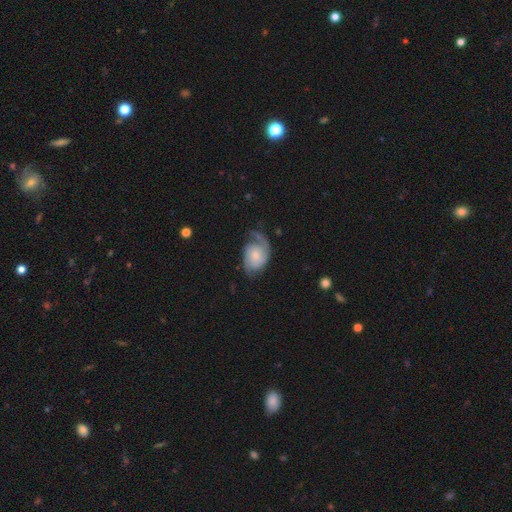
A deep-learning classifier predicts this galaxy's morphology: Smooth or featured? Predicted: featured or disk (p=0.74). Edge-on disk? Predicted: no (p=0.97). Bar? Predicted: no (p=0.69). Spiral arms? Predicted: yes (p=0.94). Spiral winding? Predicted: medium (p=0.41). Spiral arm count? Predicted: 2 (p=0.63). Bulge size? Predicted: small (p=0.47). Merging? Predicted: none (p=0.53).